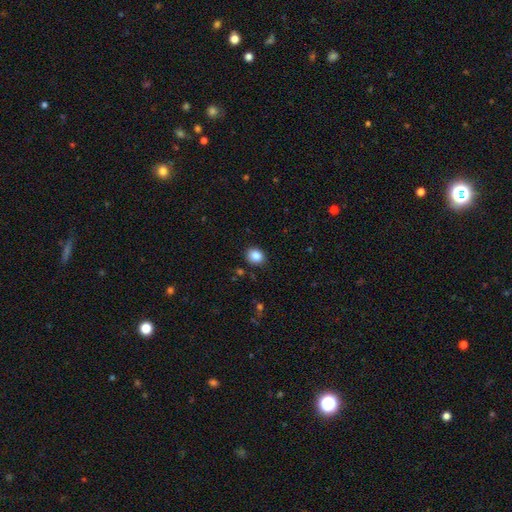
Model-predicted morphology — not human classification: Smooth or featured? smooth (86%)
How rounded? round (66%)
Merging? none (88%)